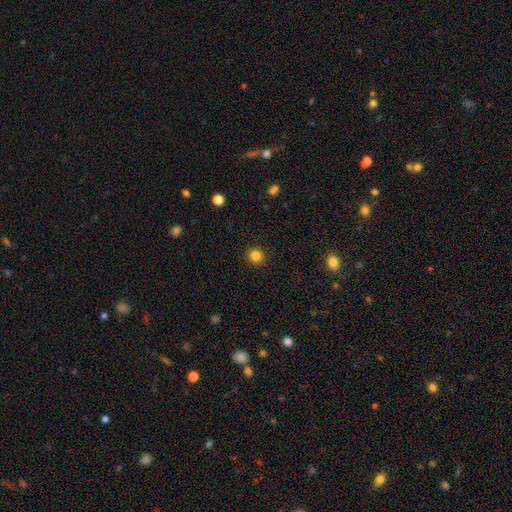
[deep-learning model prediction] Q: Smooth or featured?
A: smooth (84%); runner-up: star or artifact (12%)
Q: How rounded?
A: round (93%); runner-up: in between (6%)
Q: Merging?
A: none (92%); runner-up: minor disturbance (5%)